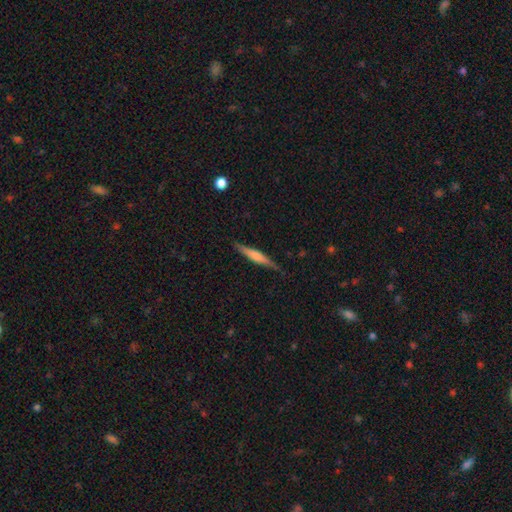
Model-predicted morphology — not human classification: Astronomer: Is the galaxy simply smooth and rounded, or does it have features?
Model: featured or disk — 47%, tied with smooth at 47%.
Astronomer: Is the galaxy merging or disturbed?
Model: none — 85%.